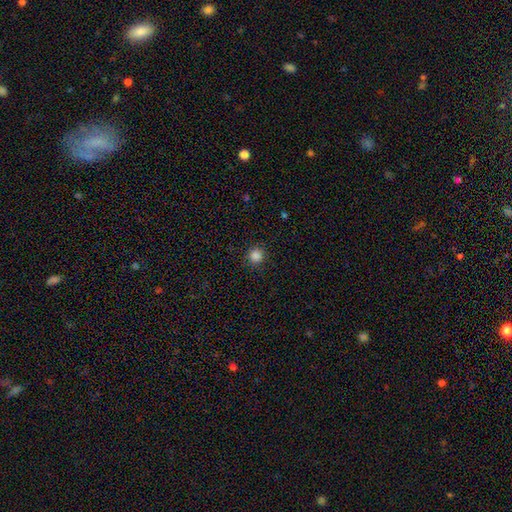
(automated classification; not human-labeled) smooth-or-featured: smooth: 85% | star or artifact: 12% | featured or disk: 3%
  how-rounded: round: 94% | in between: 6% | cigar-shaped: 1%
  merging: none: 90% | minor disturbance: 7% | major disturbance: 2% | merger: 1%